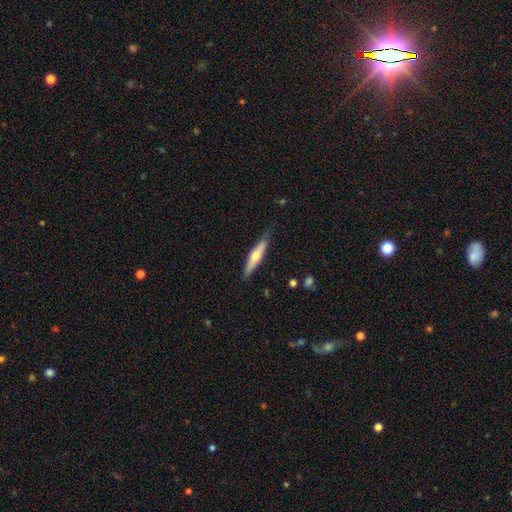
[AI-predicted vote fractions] Overall: featured or disk (49%; smooth 46%). Merging: none (80%).